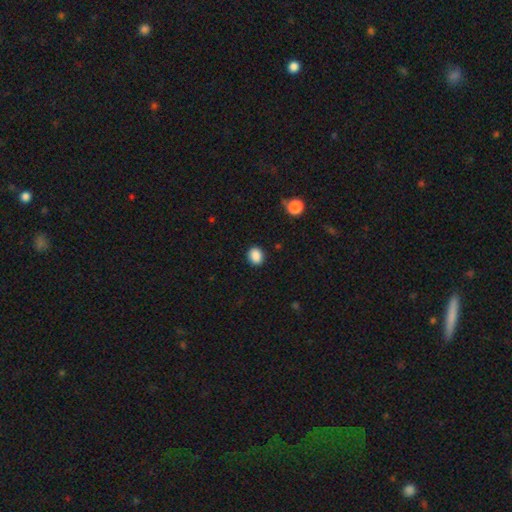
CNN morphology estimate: Q: Smooth or featured?
A: smooth (88%); runner-up: star or artifact (9%)
Q: How rounded?
A: round (59%); runner-up: in between (40%)
Q: Merging?
A: none (90%); runner-up: minor disturbance (7%)